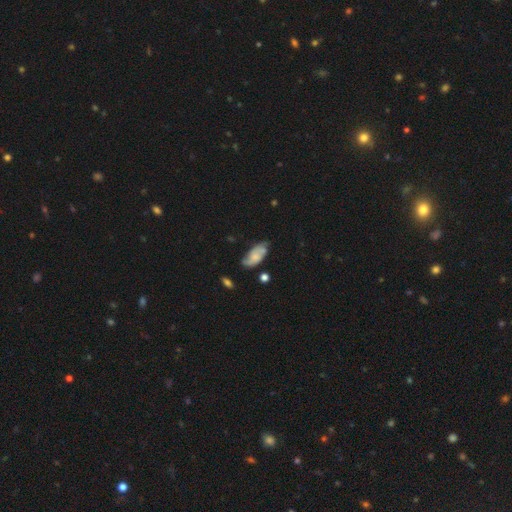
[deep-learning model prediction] Overall: featured or disk (48%; smooth 44%). Merging: none (61%; minor disturbance 27%).